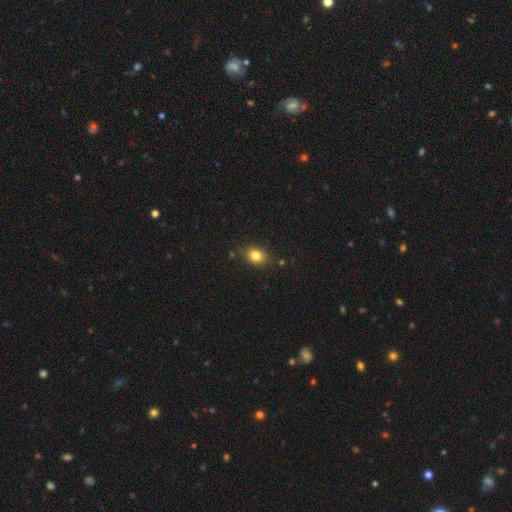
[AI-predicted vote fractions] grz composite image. It shows a smooth galaxy with no disk features (82%) that is in between round and cigar-shaped (63%). Merging: none (79%).